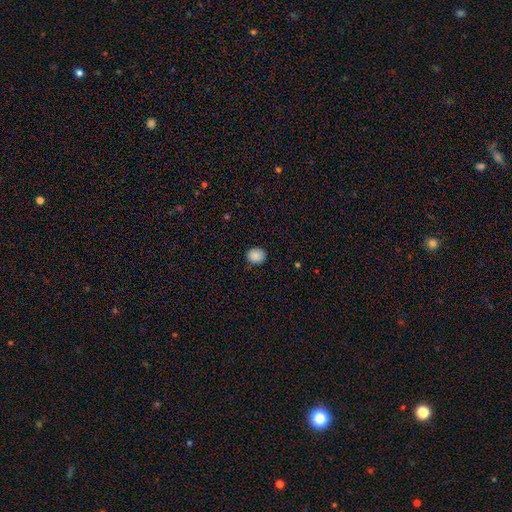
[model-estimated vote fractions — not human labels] A smooth galaxy with no disk features (88%) that is round (59%).

Vote fractions:
- Smooth or featured? smooth: 88% / star or artifact: 9% / featured or disk: 3%
- How rounded? round: 59% / in between: 40% / cigar-shaped: 1%
- Merging? none: 84% / minor disturbance: 12% / major disturbance: 2% / merger: 1%